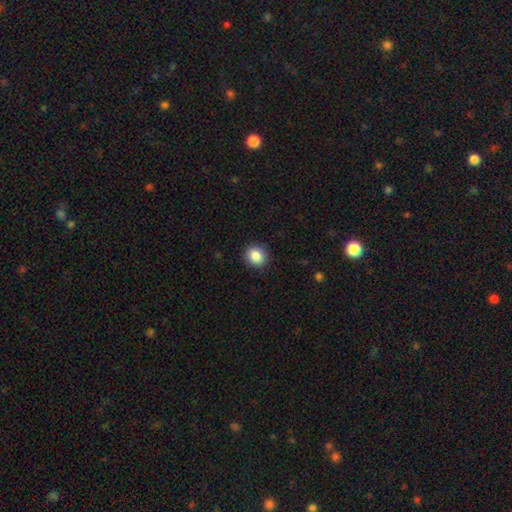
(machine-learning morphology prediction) smooth_or_featured: smooth (p=0.86) [alt: star or artifact p=0.09]
how_rounded: round (p=0.86) [alt: in between p=0.13]
merging: none (p=0.90) [alt: minor disturbance p=0.07]